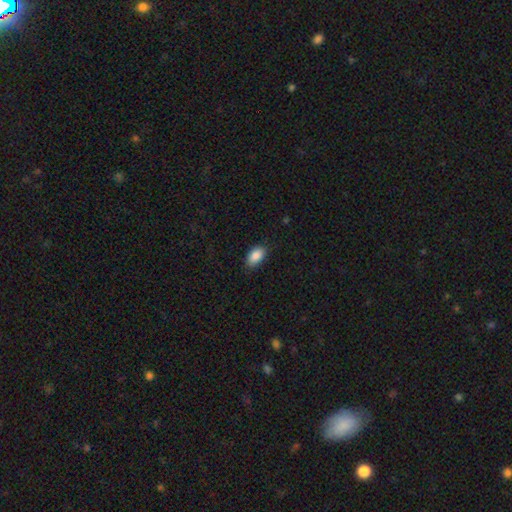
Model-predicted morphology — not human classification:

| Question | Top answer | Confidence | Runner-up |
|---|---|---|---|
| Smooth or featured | smooth | 89% | star or artifact (7%) |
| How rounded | in between | 92% | round (6%) |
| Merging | none | 84% | minor disturbance (12%) |